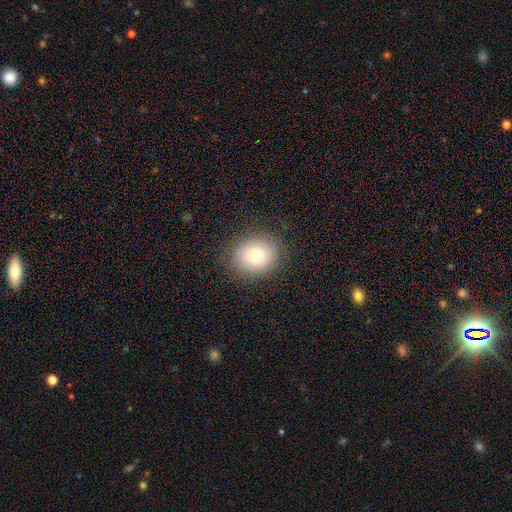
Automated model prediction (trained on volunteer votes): Smooth or featured?
  - smooth: 74% *
  - featured or disk: 15%
  - star or artifact: 11%
How rounded?
  - round: 67% *
  - in between: 33%
  - cigar-shaped: 1%
Merging?
  - none: 84% *
  - minor disturbance: 11%
  - major disturbance: 4%
  - merger: 1%